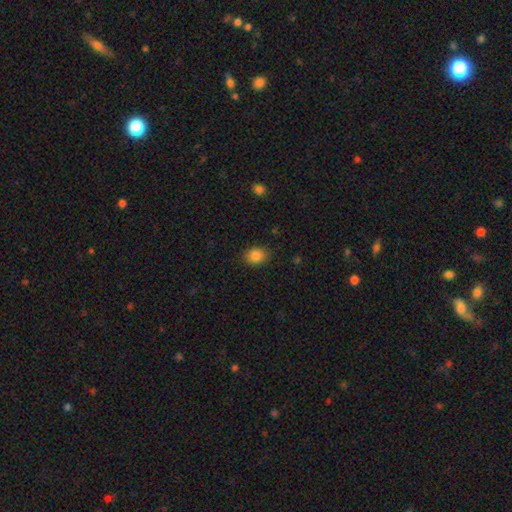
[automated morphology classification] This appears to be a smooth galaxy with no disk features (85%) that is in between round and cigar-shaped (57%). Merging: none (87%).